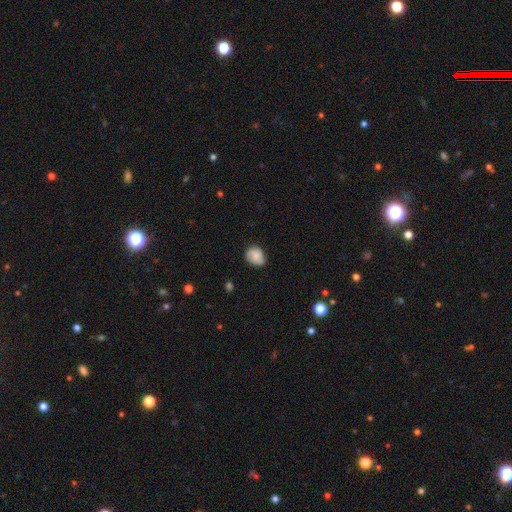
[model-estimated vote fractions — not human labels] Smooth or featured?
  - smooth: 81% *
  - featured or disk: 11%
  - star or artifact: 8%
How rounded?
  - in between: 50% *
  - round: 49%
  - cigar-shaped: 1%
Merging?
  - none: 73% *
  - minor disturbance: 22%
  - major disturbance: 4%
  - merger: 1%